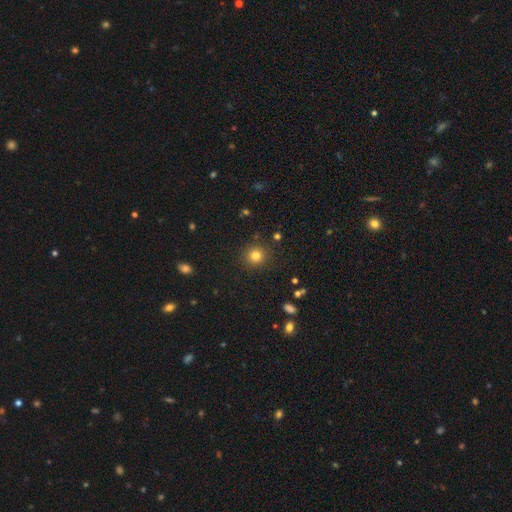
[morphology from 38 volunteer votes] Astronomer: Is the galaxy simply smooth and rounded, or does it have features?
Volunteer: smooth — 82%.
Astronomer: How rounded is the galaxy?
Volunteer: round — 94%.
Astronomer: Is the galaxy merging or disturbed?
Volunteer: none — 100%.